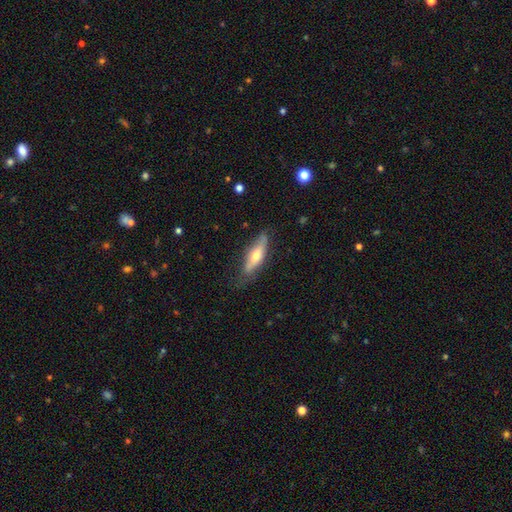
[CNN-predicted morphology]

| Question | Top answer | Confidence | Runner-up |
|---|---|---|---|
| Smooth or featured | smooth | 53% | featured or disk (41%) |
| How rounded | cigar-shaped | 58% | in between (40%) |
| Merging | none | 71% | minor disturbance (22%) |